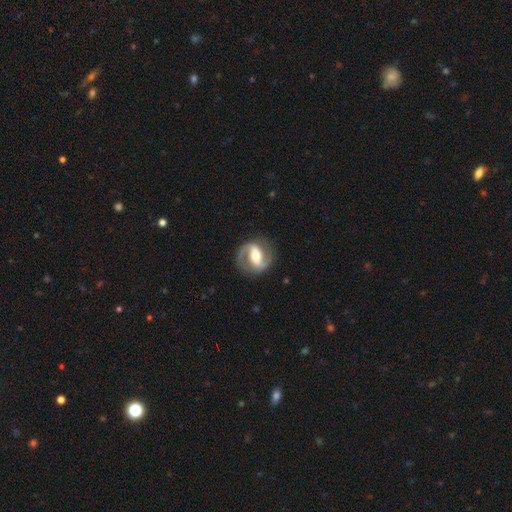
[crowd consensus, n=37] A featured or disk galaxy (84%) with a strong bar (58%), 2 (100%) medium (52%) spiral arms (94%) and a moderate central bulge (68%).

Vote fractions:
- Smooth or featured? featured or disk: 84% / smooth: 11% / star or artifact: 5%
- Edge-on disk? no: 100% / yes: 0%
- Bar? strong: 58% / weak: 29% / no: 13%
- Spiral arms? yes: 94% / no: 6%
- Spiral winding? medium: 52% / loose: 28% / tight: 21%
- Spiral arm count? 2: 100% / 1: 0% / 3: 0% / 4: 0% / more than 4: 0% / can't tell: 0%
- Bulge size? moderate: 68% / large: 19% / small: 13% / dominant: 0% / none: 0%
- Merging? none: 77% / minor disturbance: 17% / major disturbance: 6% / merger: 0%